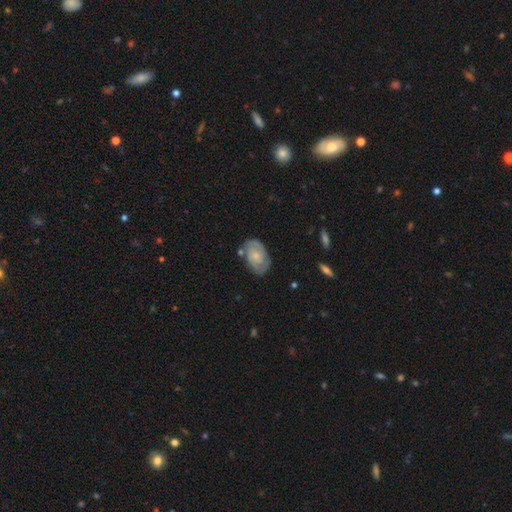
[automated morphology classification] Smooth or featured?
  - featured or disk: 63% *
  - smooth: 31%
  - star or artifact: 6%
Edge-on disk?
  - no: 96% *
  - yes: 4%
Bar?
  - no: 73% *
  - weak: 23%
  - strong: 3%
Spiral arms?
  - yes: 83% *
  - no: 17%
Spiral winding?
  - tight: 57% *
  - medium: 32%
  - loose: 10%
Spiral arm count?
  - 2: 59% *
  - can't tell: 27%
  - 3: 6%
  - 1: 4%
  - 4: 2%
  - more than 4: 2%
Bulge size?
  - small: 59% *
  - moderate: 30%
  - none: 7%
  - large: 3%
  - dominant: 1%
Merging?
  - none: 71% *
  - minor disturbance: 19%
  - major disturbance: 5%
  - merger: 5%